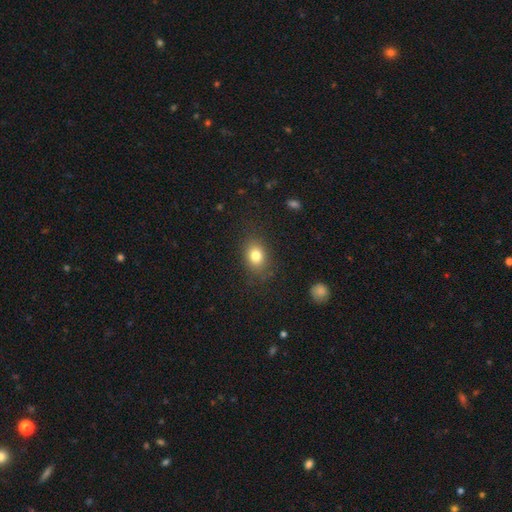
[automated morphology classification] This appears to be a smooth galaxy with no disk features (80%) that is in between round and cigar-shaped (61%). Merging: none (83%).